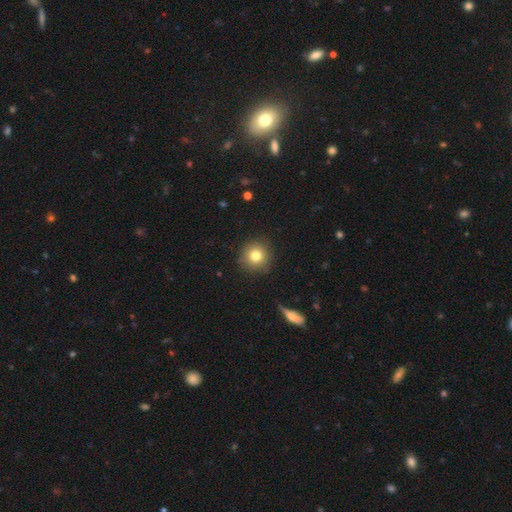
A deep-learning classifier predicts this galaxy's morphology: This appears to be a smooth galaxy with no disk features (79%) that is round (94%). Merging: none (88%).